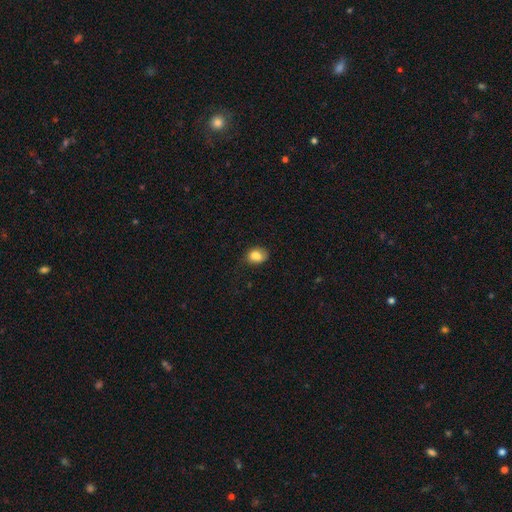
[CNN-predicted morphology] This appears to be a smooth galaxy with no disk features (83%) that is in between round and cigar-shaped (65%). Merging: none (63%).